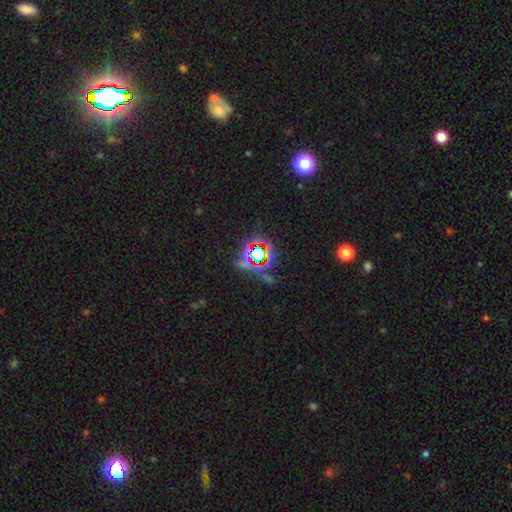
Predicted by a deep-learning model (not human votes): This is likely a star or artifact rather than a galaxy (73%).